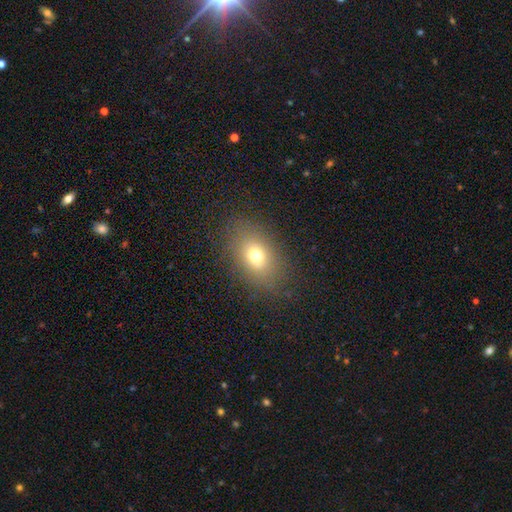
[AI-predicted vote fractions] Morphology: type=smooth (70%); roundness=in between (72%); merging=none (83%).